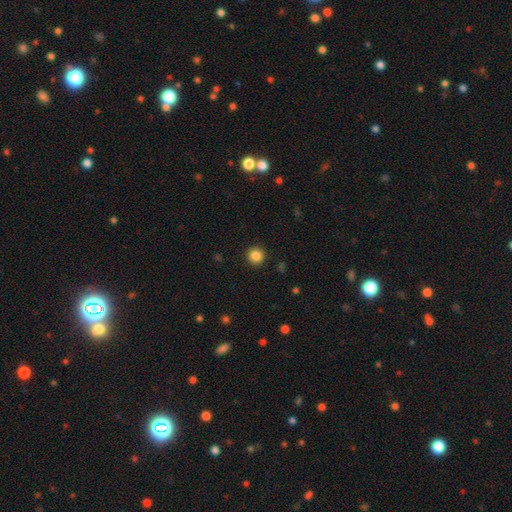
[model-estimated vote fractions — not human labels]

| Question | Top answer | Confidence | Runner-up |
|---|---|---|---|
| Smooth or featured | smooth | 86% | star or artifact (10%) |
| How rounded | round | 95% | in between (4%) |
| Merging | none | 92% | minor disturbance (5%) |